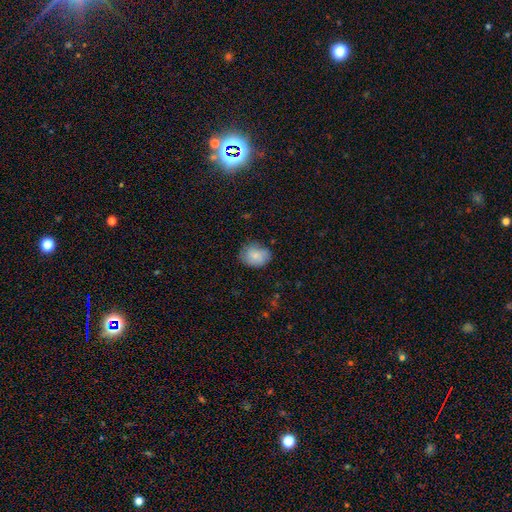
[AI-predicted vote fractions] A smooth galaxy with no disk features (80%) that is in between round and cigar-shaped (55%).

Vote fractions:
- Smooth or featured? smooth: 80% / featured or disk: 12% / star or artifact: 8%
- How rounded? in between: 55% / round: 44% / cigar-shaped: 1%
- Merging? none: 73% / minor disturbance: 21% / major disturbance: 5% / merger: 1%